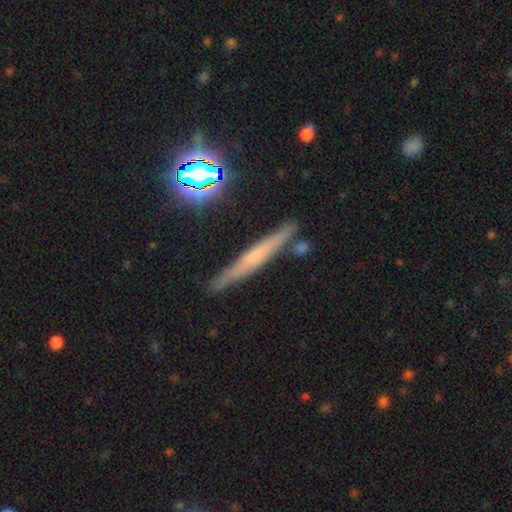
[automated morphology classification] The model was most divided on "smooth or featured": featured or disk: 49%, smooth: 38%, star or artifact: 13%. More confident: merging — none (86%).